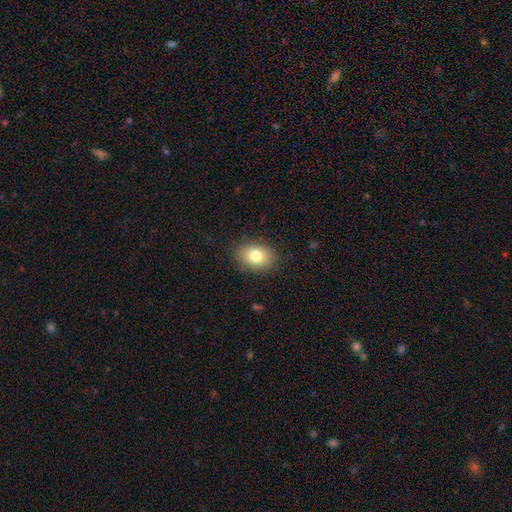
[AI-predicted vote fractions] A smooth galaxy with no disk features (80%) that is in between round and cigar-shaped (73%). Merging: none (87%).